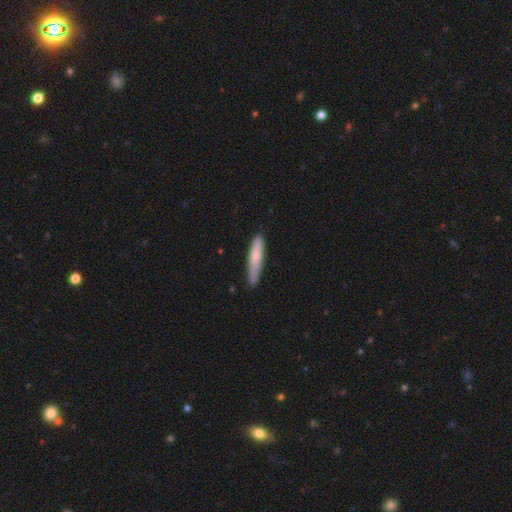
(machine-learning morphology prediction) type=smooth (73%); roundness=cigar-shaped (87%); merging=none (78%).